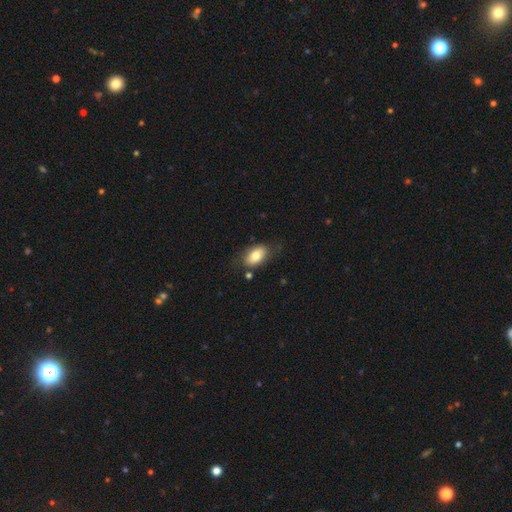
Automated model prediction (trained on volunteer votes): A smooth galaxy with no disk features (77%) that is in between round and cigar-shaped (92%). Merging: none (71%).